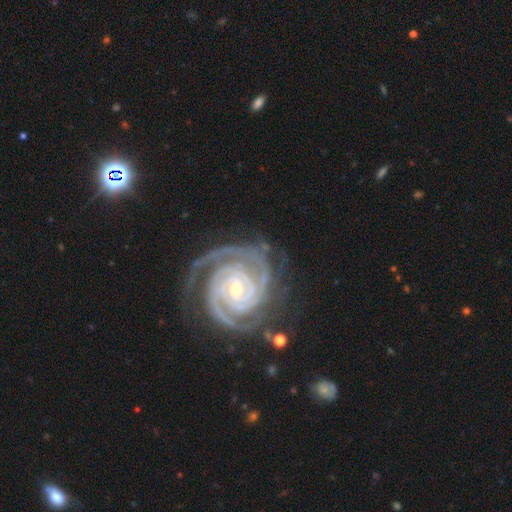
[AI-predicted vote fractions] Smooth or featured? featured or disk (94%)
Edge-on disk? no (98%)
Bar? no (45%)
Spiral arms? yes (99%)
Spiral winding? tight (82%)
Spiral arm count? 2 (40%)
Bulge size? small (64%)
Merging? none (75%)